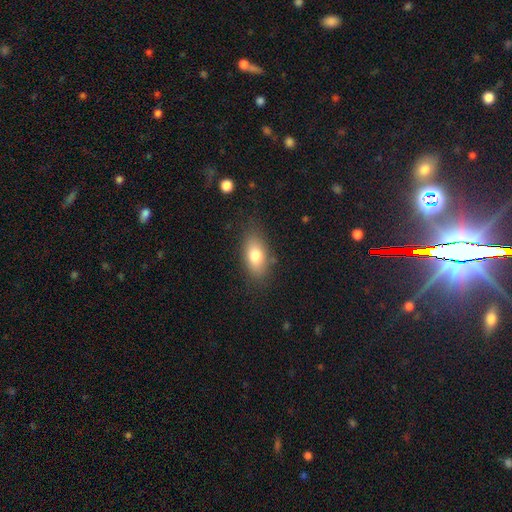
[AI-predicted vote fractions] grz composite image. It shows a smooth galaxy with no disk features (77%) that is in between round and cigar-shaped (86%). Merging: none (79%).